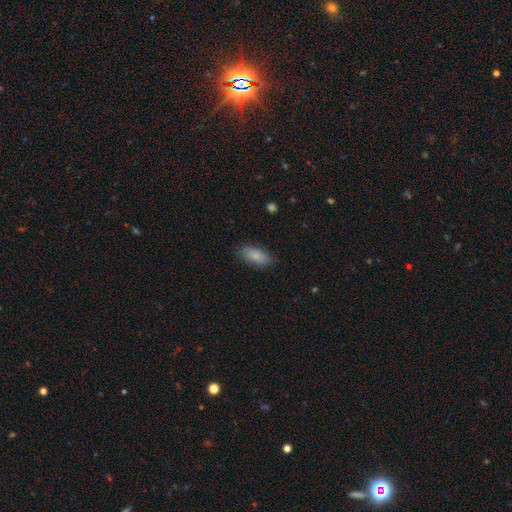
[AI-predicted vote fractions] Overall: smooth (81%). How rounded: in between (88%). Merging: none (79%).